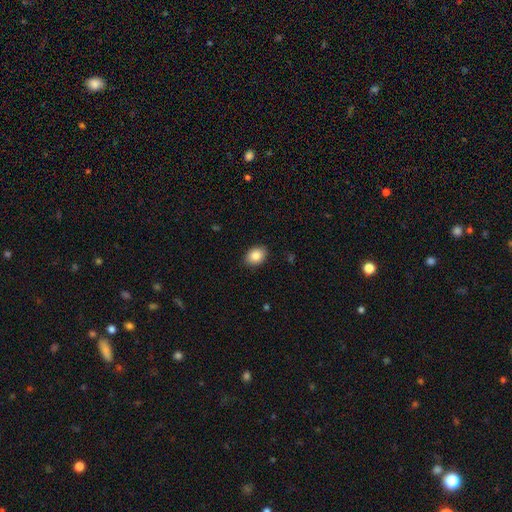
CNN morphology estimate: Q: Smooth or featured?
A: smooth (86%); runner-up: star or artifact (8%)
Q: How rounded?
A: in between (73%); runner-up: round (26%)
Q: Merging?
A: none (88%); runner-up: minor disturbance (9%)